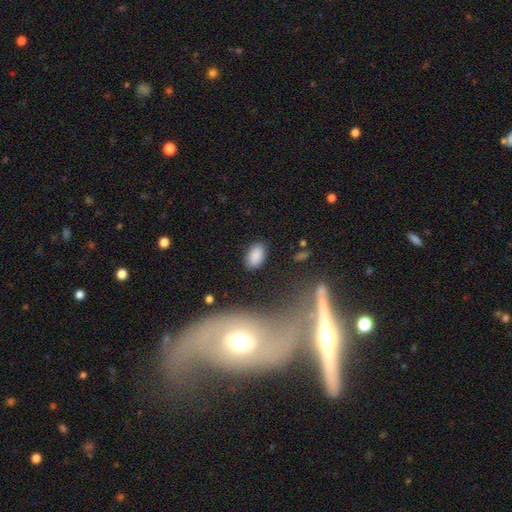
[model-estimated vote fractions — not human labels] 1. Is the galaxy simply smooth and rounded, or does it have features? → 86% smooth, 8% star or artifact, 5% featured or disk.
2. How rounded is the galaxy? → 92% in between, 7% round, 2% cigar-shaped.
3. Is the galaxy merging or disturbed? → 84% none, 11% minor disturbance, 3% major disturbance, 2% merger.